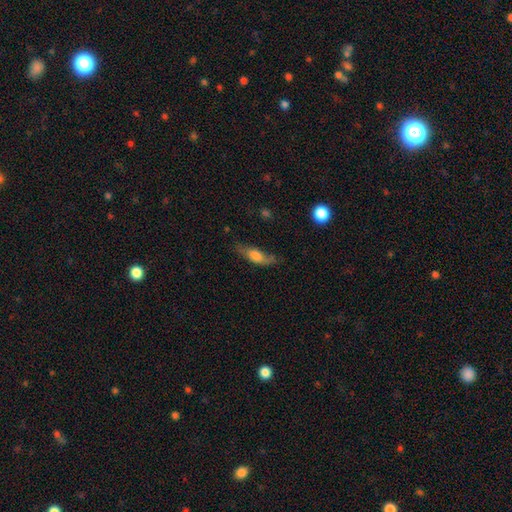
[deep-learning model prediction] This is likely a smooth galaxy (62%). How rounded: possibly in between (55%). Merging: possibly none (59%).